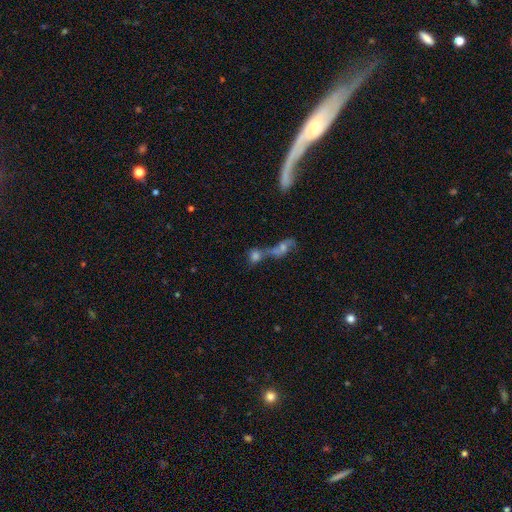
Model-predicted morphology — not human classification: Overall: smooth (64%). How rounded: round (52%; in between 40%). Merging: merger (66%).